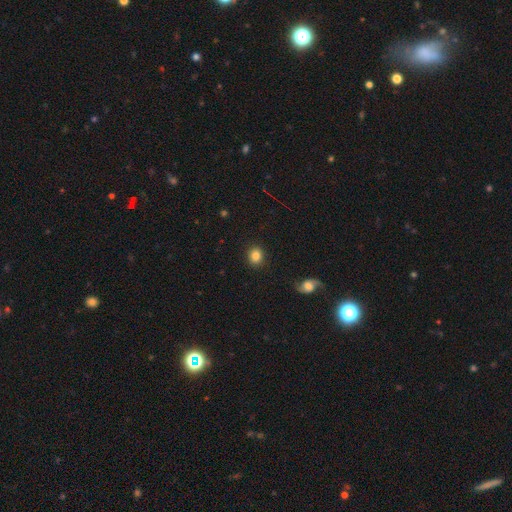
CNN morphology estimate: smooth 85%, star or artifact 10%, featured or disk 6%. Down the decision tree: how rounded — round (73%); merging — none (89%).